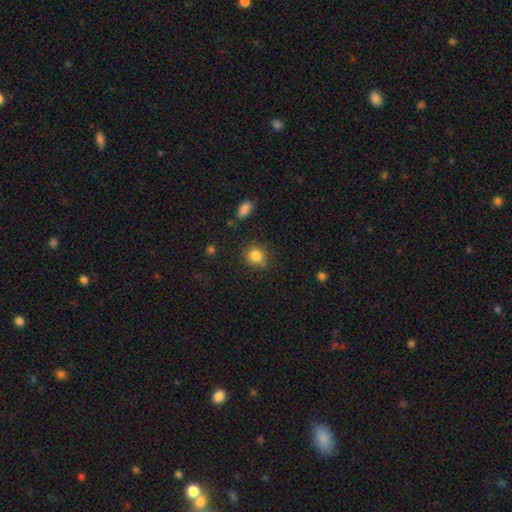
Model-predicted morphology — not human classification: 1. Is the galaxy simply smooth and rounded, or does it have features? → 84% smooth, 10% star or artifact, 6% featured or disk.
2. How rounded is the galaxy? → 85% round, 14% in between, 1% cigar-shaped.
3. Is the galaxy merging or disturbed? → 78% none, 16% minor disturbance, 4% major disturbance, 3% merger.